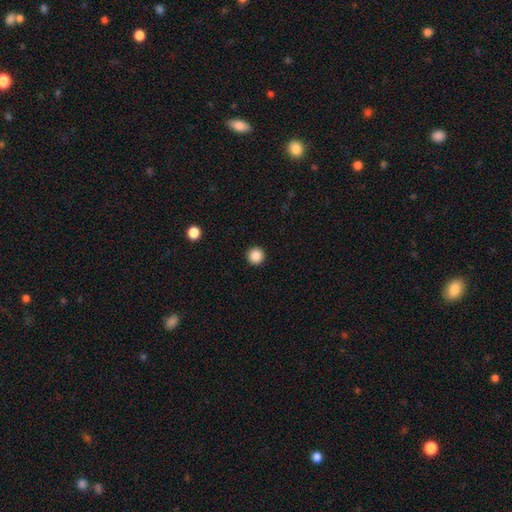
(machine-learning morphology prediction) Smooth or featured? smooth (87%)
How rounded? round (97%)
Merging? none (94%)